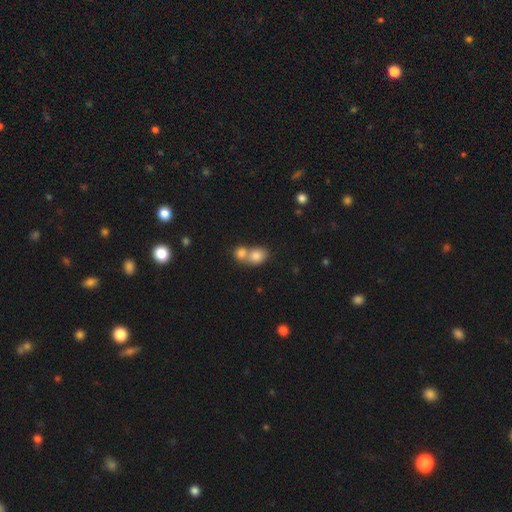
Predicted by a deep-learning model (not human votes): smooth-or-featured: smooth: 80% | featured or disk: 10% | star or artifact: 10%
  how-rounded: round: 57% | in between: 42% | cigar-shaped: 1%
  merging: merger: 62% | none: 29% | minor disturbance: 6% | major disturbance: 3%